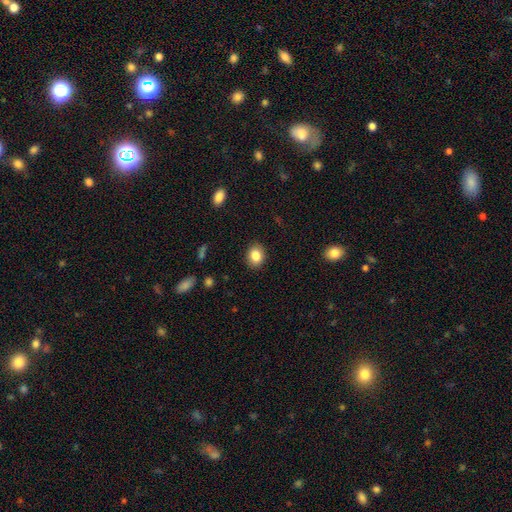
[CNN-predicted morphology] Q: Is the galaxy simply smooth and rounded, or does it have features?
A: smooth — 85%.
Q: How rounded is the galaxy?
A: round — 50%.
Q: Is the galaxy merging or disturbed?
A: none — 89%.